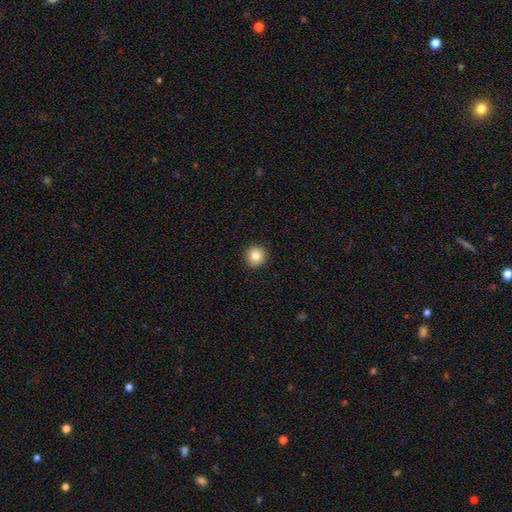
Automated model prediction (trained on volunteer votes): A smooth galaxy with no disk features (83%) that is round (96%). Merging: none (94%).